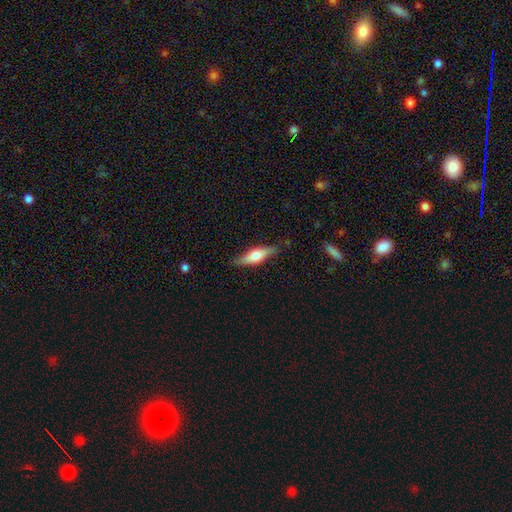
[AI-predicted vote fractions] Smooth or featured: smooth — 53% (featured or disk — 41%)
How rounded: cigar-shaped — 51% (in between — 46%)
Merging: none — 80% (minor disturbance — 16%)